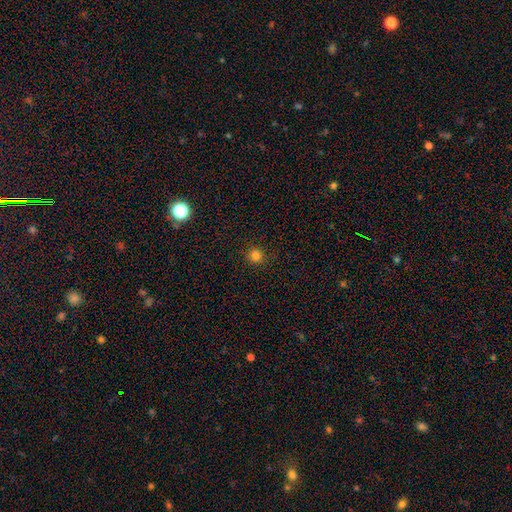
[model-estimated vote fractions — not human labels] Smooth or featured?
  - smooth: 81% *
  - star or artifact: 15%
  - featured or disk: 4%
How rounded?
  - round: 93% *
  - in between: 6%
  - cigar-shaped: 1%
Merging?
  - none: 91% *
  - minor disturbance: 6%
  - major disturbance: 2%
  - merger: 1%